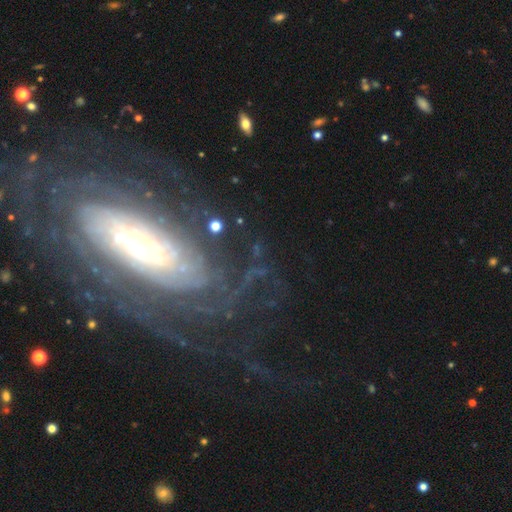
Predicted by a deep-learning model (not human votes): Smooth or featured?
  - featured or disk: 80% *
  - star or artifact: 11%
  - smooth: 9%
Edge-on disk?
  - no: 91% *
  - yes: 9%
Bar?
  - no: 51% *
  - weak: 27%
  - strong: 22%
Spiral arms?
  - yes: 92% *
  - no: 8%
Spiral winding?
  - tight: 63% *
  - medium: 26%
  - loose: 12%
Spiral arm count?
  - can't tell: 39% *
  - 2: 14%
  - more than 4: 14%
  - 4: 12%
  - 3: 12%
  - 1: 9%
Bulge size?
  - small: 41% *
  - moderate: 33%
  - large: 16%
  - none: 6%
  - dominant: 4%
Merging?
  - none: 65% *
  - major disturbance: 17%
  - minor disturbance: 15%
  - merger: 3%